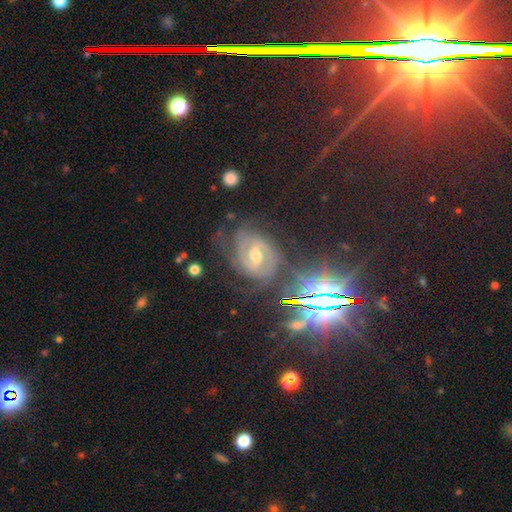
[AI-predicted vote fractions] Smooth or featured? Predicted: featured or disk (p=0.74). Edge-on disk? Predicted: no (p=0.97). Bar? Predicted: weak (p=0.48). Spiral arms? Predicted: yes (p=0.94). Spiral winding? Predicted: tight (p=0.55). Spiral arm count? Predicted: 2 (p=0.63). Bulge size? Predicted: moderate (p=0.73). Merging? Predicted: none (p=0.68).